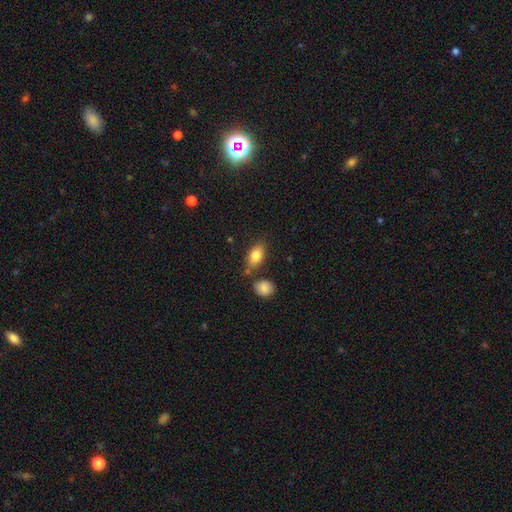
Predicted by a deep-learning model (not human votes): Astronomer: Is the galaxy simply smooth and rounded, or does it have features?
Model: smooth — 81%.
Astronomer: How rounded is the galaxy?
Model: in between — 85%.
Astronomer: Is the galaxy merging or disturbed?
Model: none — 69%.